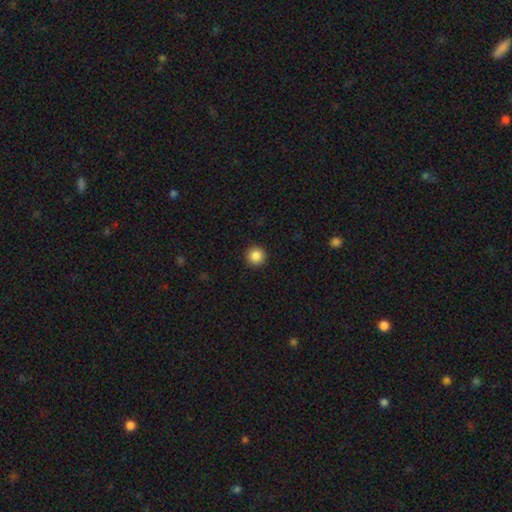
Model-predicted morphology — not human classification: smooth-or-featured: smooth: 87% | star or artifact: 10% | featured or disk: 3%
  how-rounded: round: 96% | in between: 3% | cigar-shaped: 1%
  merging: none: 93% | minor disturbance: 4% | major disturbance: 2% | merger: 1%